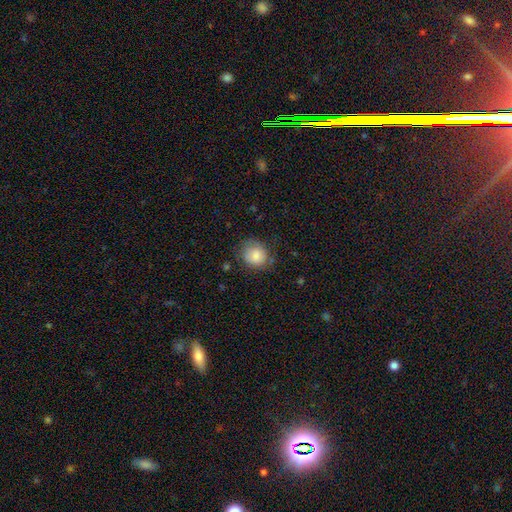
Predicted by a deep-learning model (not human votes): Morphology: type=smooth (83%); roundness=round (74%); merging=none (67%).